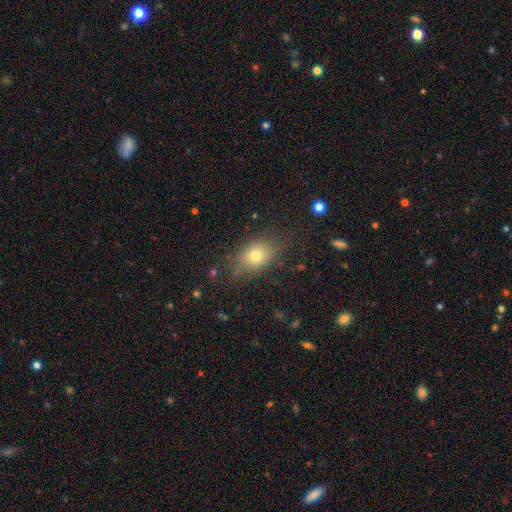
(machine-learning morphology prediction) smooth-or-featured: smooth: 75% | featured or disk: 13% | star or artifact: 12%
  how-rounded: in between: 71% | round: 26% | cigar-shaped: 2%
  merging: none: 76% | minor disturbance: 16% | major disturbance: 6% | merger: 2%